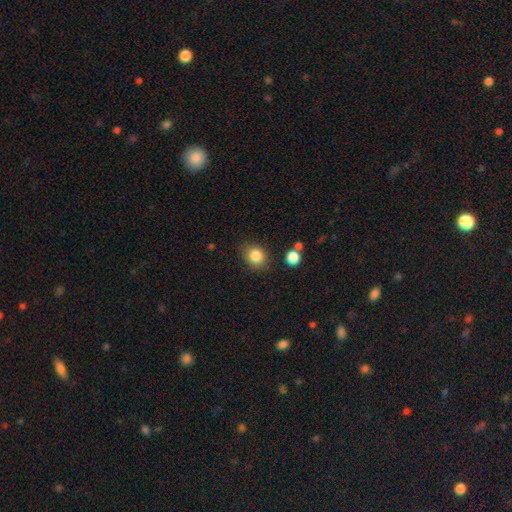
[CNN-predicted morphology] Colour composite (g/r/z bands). It shows a smooth galaxy with no disk features (85%) that is round (66%). Merging: none (80%).